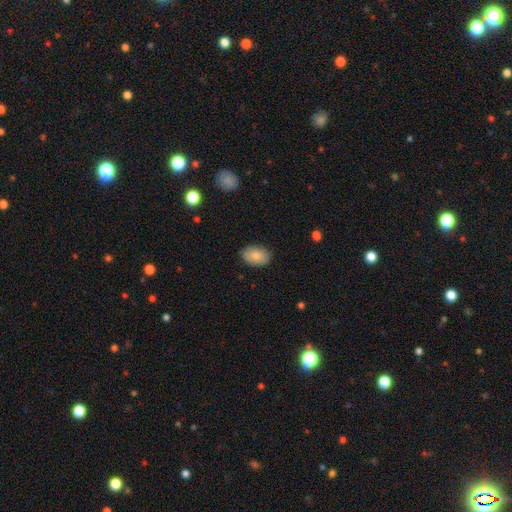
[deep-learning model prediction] Smooth or featured? smooth (83%)
How rounded? in between (86%)
Merging? none (86%)